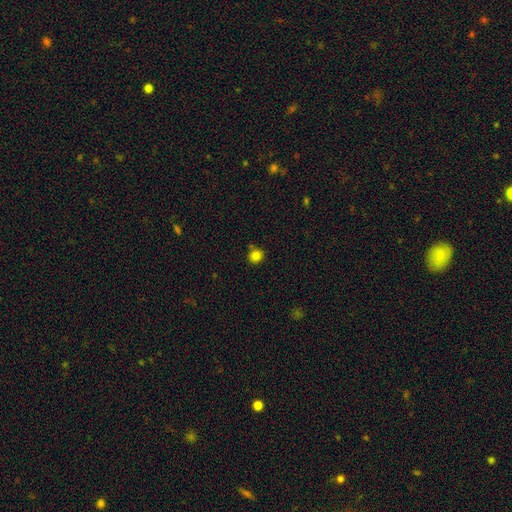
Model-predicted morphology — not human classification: Smooth or featured?
  - smooth: 83% *
  - star or artifact: 12%
  - featured or disk: 5%
How rounded?
  - round: 88% *
  - in between: 11%
  - cigar-shaped: 1%
Merging?
  - none: 80% *
  - minor disturbance: 11%
  - merger: 6%
  - major disturbance: 2%